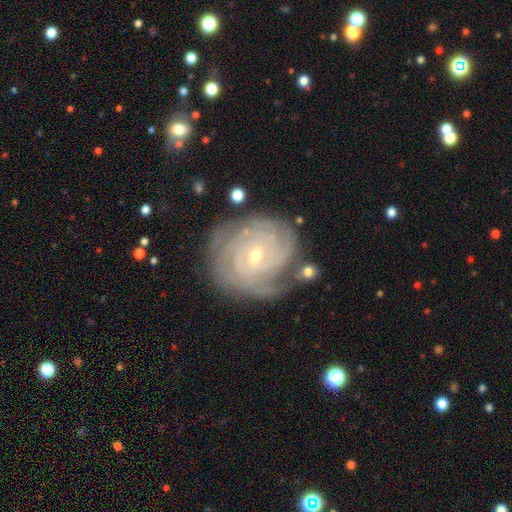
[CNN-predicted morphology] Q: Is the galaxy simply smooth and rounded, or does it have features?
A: featured or disk — 88%.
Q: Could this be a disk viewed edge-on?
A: no — 97%.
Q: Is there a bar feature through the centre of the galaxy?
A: weak — 44%.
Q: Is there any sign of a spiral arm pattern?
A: yes — 97%.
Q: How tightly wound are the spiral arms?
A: tight — 83%.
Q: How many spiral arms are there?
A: can't tell — 28%.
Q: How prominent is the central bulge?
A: small — 64%.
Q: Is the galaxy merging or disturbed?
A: none — 74%.